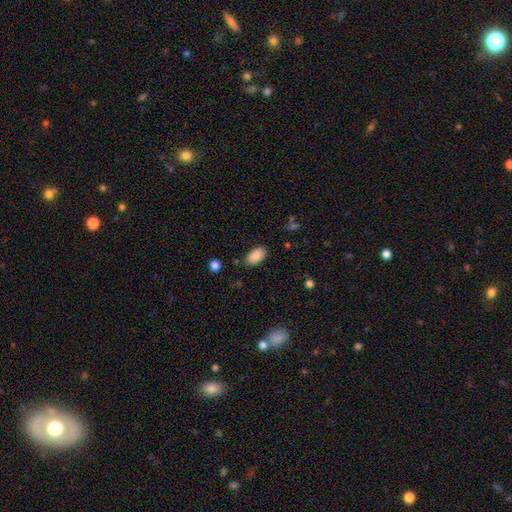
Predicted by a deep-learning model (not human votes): Morphology: type=smooth (89%); roundness=in between (94%); merging=none (83%).